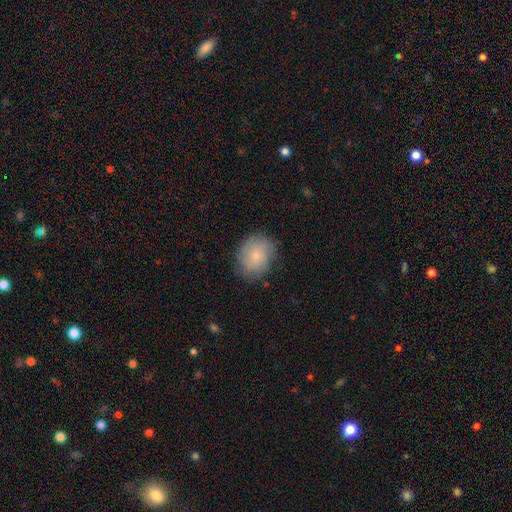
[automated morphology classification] smooth_or_featured: smooth (p=0.69) [alt: featured or disk p=0.23]
how_rounded: round (p=0.53) [alt: in between p=0.46]
merging: none (p=0.78) [alt: minor disturbance p=0.17]